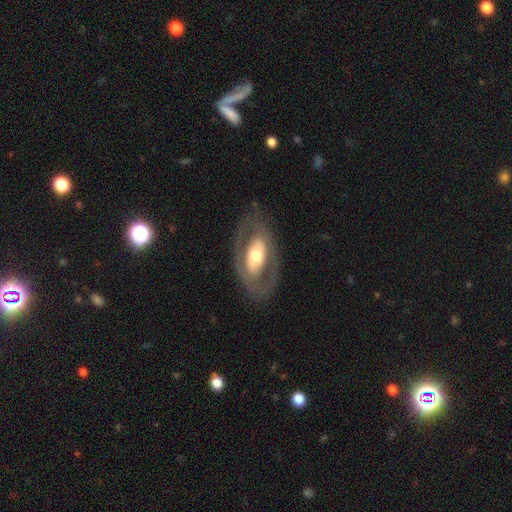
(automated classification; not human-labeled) Q: Smooth or featured?
A: featured or disk (64%); runner-up: smooth (31%)
Q: Edge-on disk?
A: no (90%); runner-up: yes (10%)
Q: Bar?
A: no (58%); runner-up: weak (22%)
Q: Spiral arms?
A: no (71%); runner-up: yes (29%)
Q: Bulge size?
A: moderate (57%); runner-up: large (26%)
Q: Merging?
A: none (77%); runner-up: minor disturbance (13%)